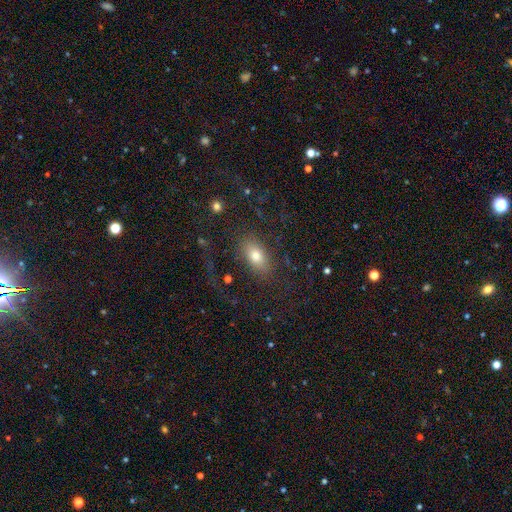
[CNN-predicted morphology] Q: Smooth or featured?
A: smooth (56%); runner-up: featured or disk (30%)
Q: How rounded?
A: in between (87%); runner-up: round (8%)
Q: Merging?
A: none (68%); runner-up: major disturbance (17%)